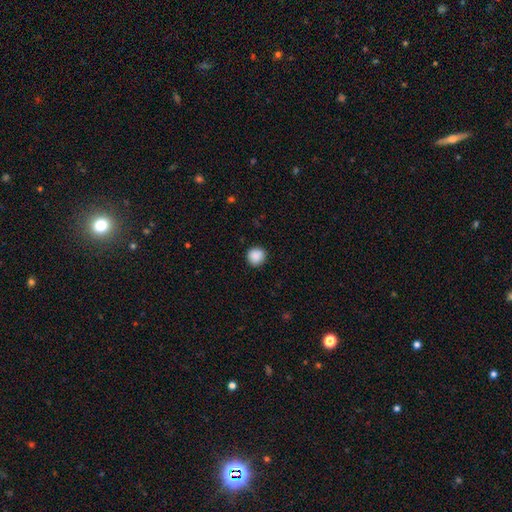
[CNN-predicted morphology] Smooth or featured: smooth — 89% (star or artifact — 8%)
How rounded: round — 93% (in between — 6%)
Merging: none — 91% (minor disturbance — 6%)